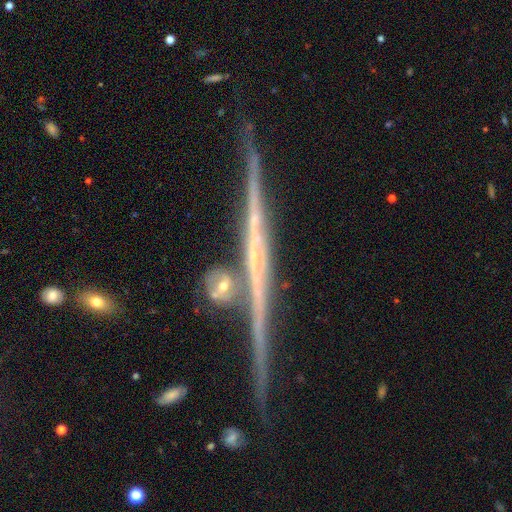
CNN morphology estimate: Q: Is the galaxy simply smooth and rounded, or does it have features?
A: featured or disk — 81%.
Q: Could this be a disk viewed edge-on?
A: yes — 98%.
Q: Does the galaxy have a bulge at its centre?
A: none — 77%.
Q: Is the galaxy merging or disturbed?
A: none — 81%.